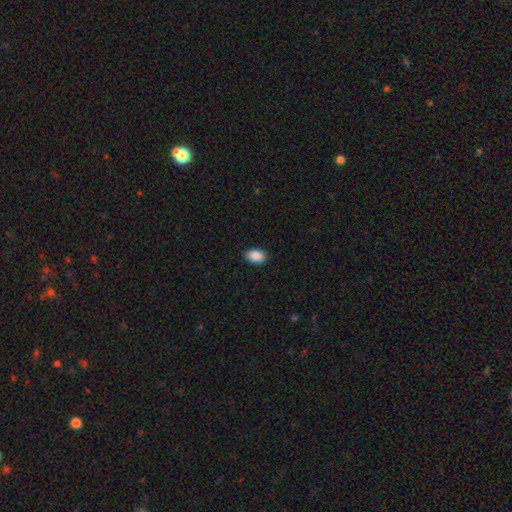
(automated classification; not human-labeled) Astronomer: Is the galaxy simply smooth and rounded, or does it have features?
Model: smooth — 90%.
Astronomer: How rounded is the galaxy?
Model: in between — 90%.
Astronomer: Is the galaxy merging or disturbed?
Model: none — 89%.